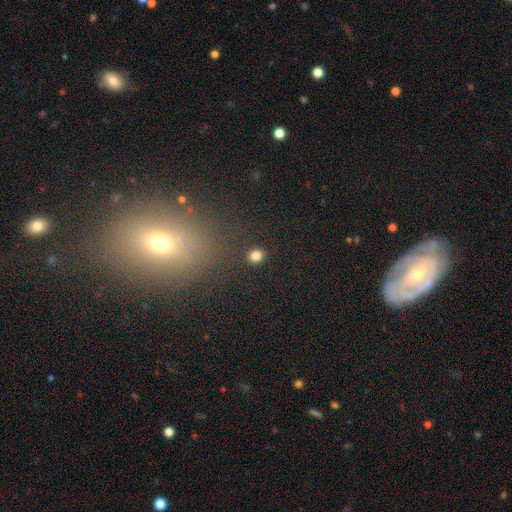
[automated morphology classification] Smooth or featured? Predicted: smooth (p=0.82). How rounded? Predicted: round (p=0.76). Merging? Predicted: none (p=0.89).